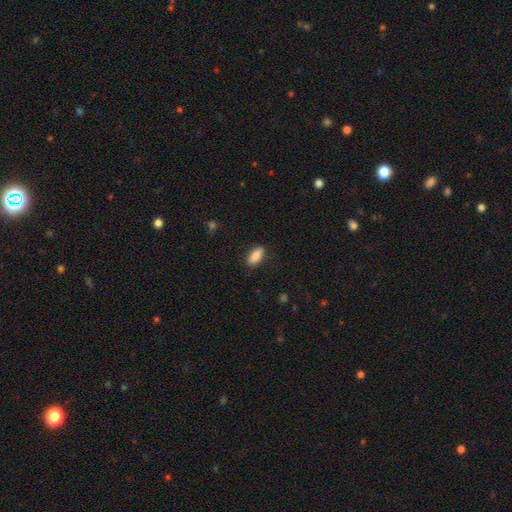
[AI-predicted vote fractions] Overall: smooth (85%). How rounded: in between (87%). Merging: none (87%).